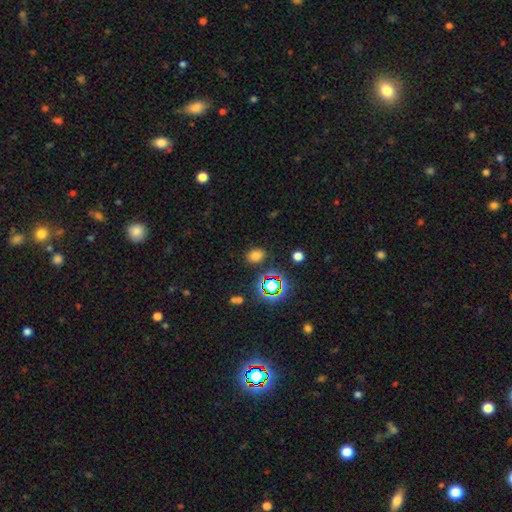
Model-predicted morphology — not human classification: Overall: smooth (70%). How rounded: in between (68%; round 31%). Merging: none (83%).